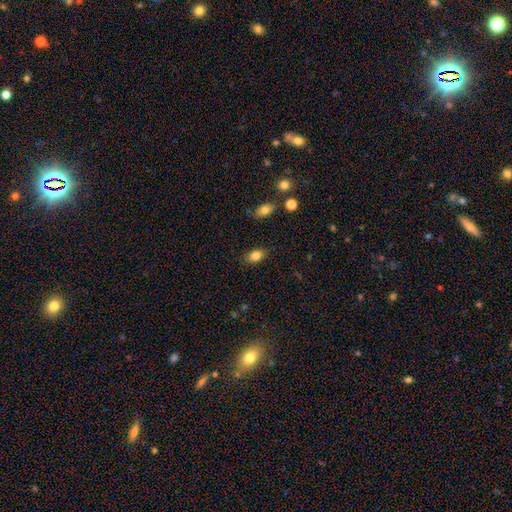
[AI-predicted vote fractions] smooth-or-featured: smooth: 83% | star or artifact: 9% | featured or disk: 8%
  how-rounded: in between: 86% | round: 11% | cigar-shaped: 3%
  merging: none: 85% | minor disturbance: 11% | major disturbance: 3% | merger: 2%